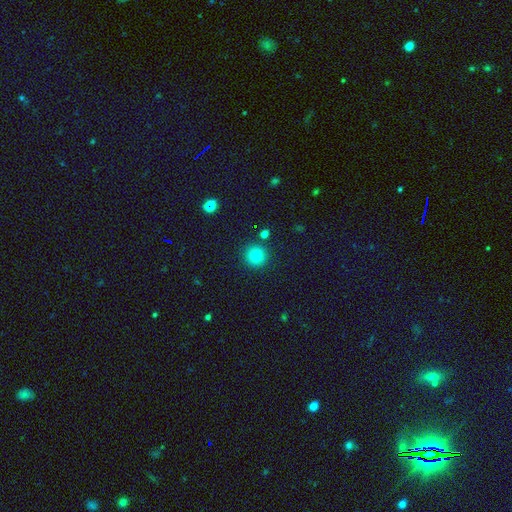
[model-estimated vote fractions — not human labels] The model was most divided on "smooth or featured": smooth: 79%, star or artifact: 13%, featured or disk: 7%. More confident: how rounded — round (95%); merging — none (90%).